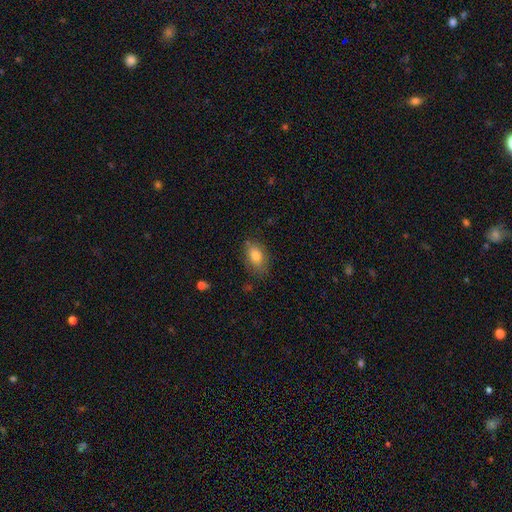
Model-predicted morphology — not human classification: smooth_or_featured: smooth (p=0.79) [alt: featured or disk p=0.13]
how_rounded: in between (p=0.84) [alt: round p=0.14]
merging: none (p=0.74) [alt: minor disturbance p=0.20]